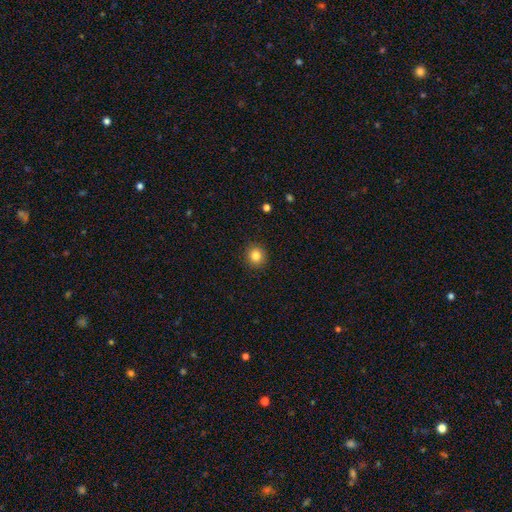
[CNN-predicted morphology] A smooth galaxy with no disk features (83%) that is round (91%). Merging: none (92%).